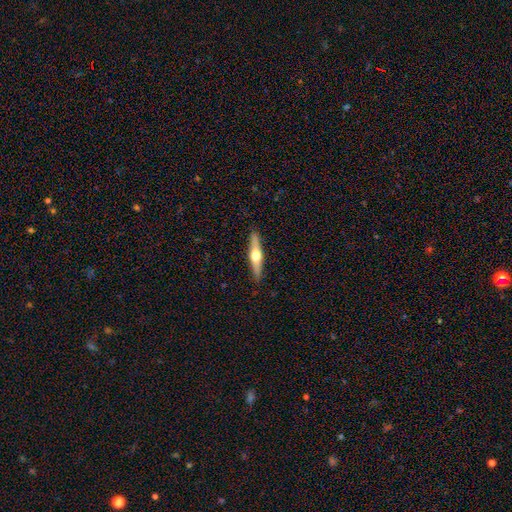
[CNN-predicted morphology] This is likely a featured or disk galaxy (62%). It is clearly viewed edge-on (96%). Edge-on bulge: clearly rounded (95%). Merging: clearly none (90%).